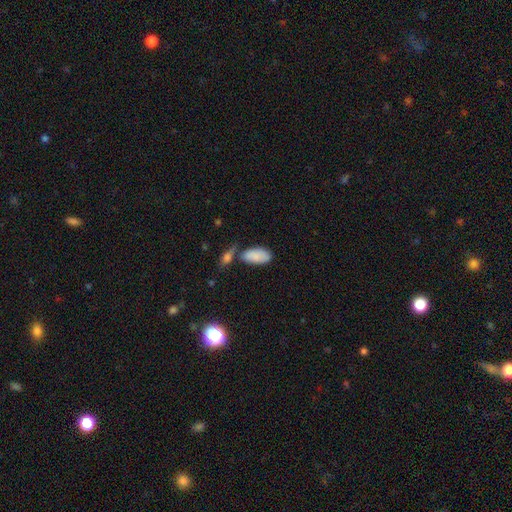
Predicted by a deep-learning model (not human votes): Overall: smooth (85%). How rounded: in between (93%). Merging: none (50%; merger 24%).